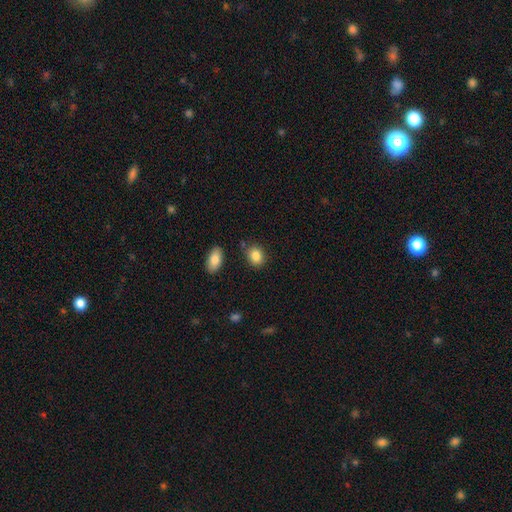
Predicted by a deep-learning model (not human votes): Smooth or featured: smooth — 86% (star or artifact — 8%)
How rounded: in between — 50% (round — 49%)
Merging: none — 79% (minor disturbance — 13%)